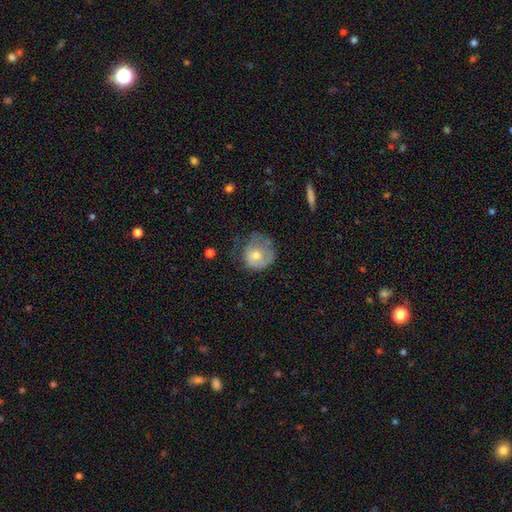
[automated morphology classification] Overall: smooth (59%; featured or disk 32%). How rounded: round (79%). Merging: none (37%; minor disturbance 32%).